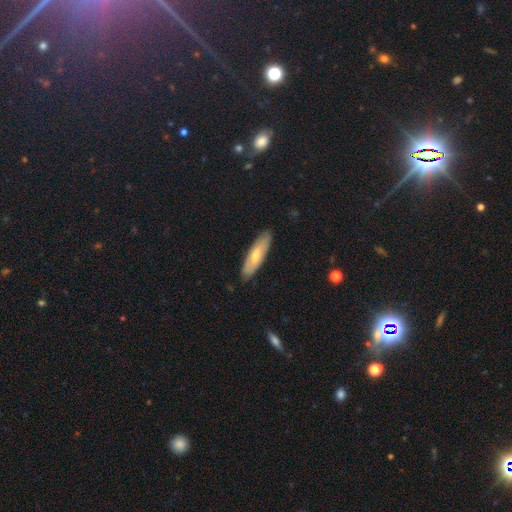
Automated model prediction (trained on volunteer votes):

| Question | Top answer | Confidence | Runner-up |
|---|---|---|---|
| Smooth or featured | smooth | 60% | featured or disk (34%) |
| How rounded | cigar-shaped | 56% | in between (42%) |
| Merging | none | 85% | minor disturbance (12%) |